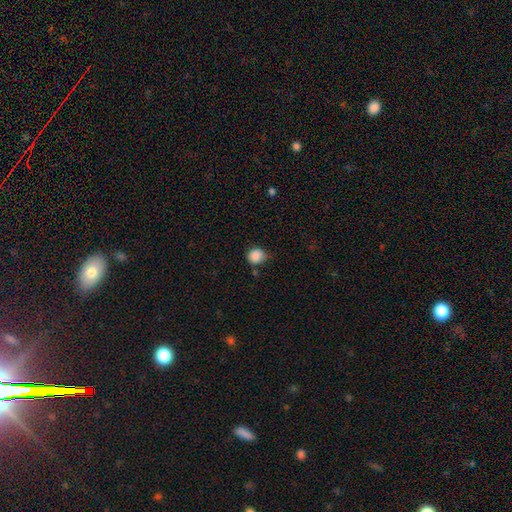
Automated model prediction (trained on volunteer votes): smooth_or_featured: smooth (p=0.87) [alt: star or artifact p=0.09]
how_rounded: round (p=0.82) [alt: in between p=0.17]
merging: none (p=0.62) [alt: minor disturbance p=0.28]